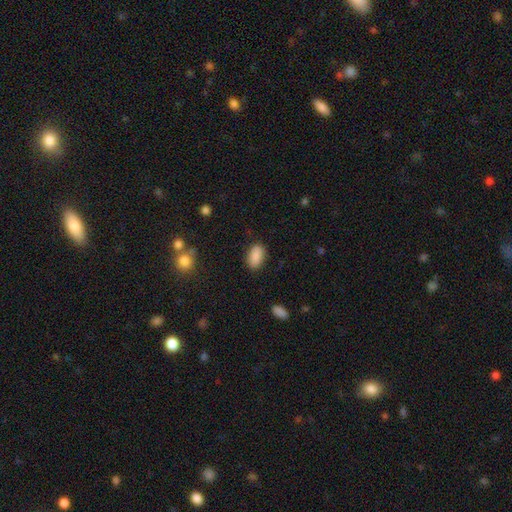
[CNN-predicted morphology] Smooth or featured? Predicted: smooth (p=0.88). How rounded? Predicted: in between (p=0.92). Merging? Predicted: none (p=0.85).